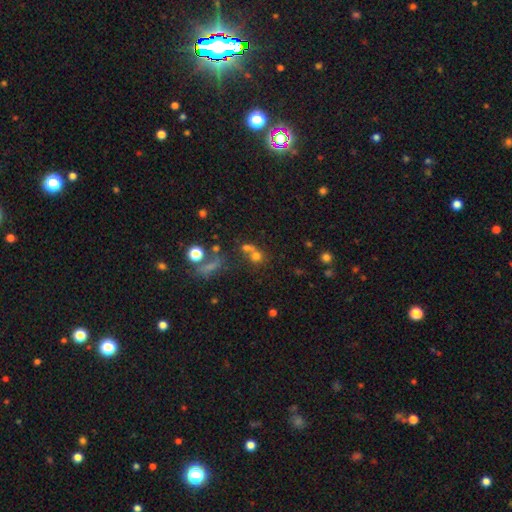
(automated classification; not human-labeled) This appears to be a smooth galaxy with no disk features (64%) that is round (81%). Merging: merger (42%, tied with none).